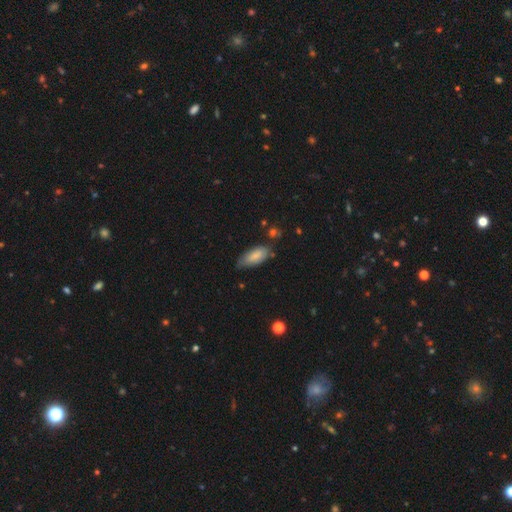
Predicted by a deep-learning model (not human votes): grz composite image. It shows a smooth galaxy with no disk features (80%) that is in between round and cigar-shaped (84%). Merging: none (56%).